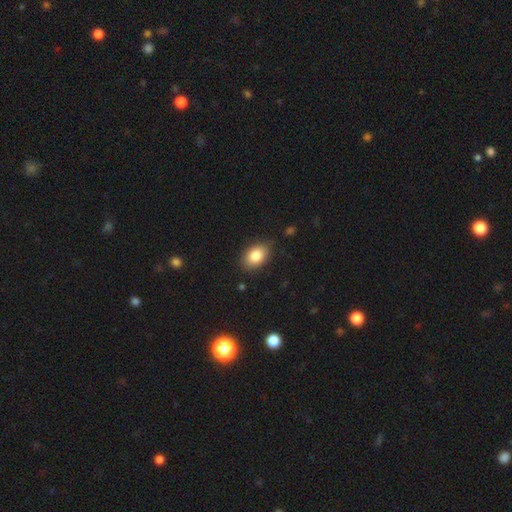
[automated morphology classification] type=smooth (84%); roundness=in between (84%); merging=none (85%).